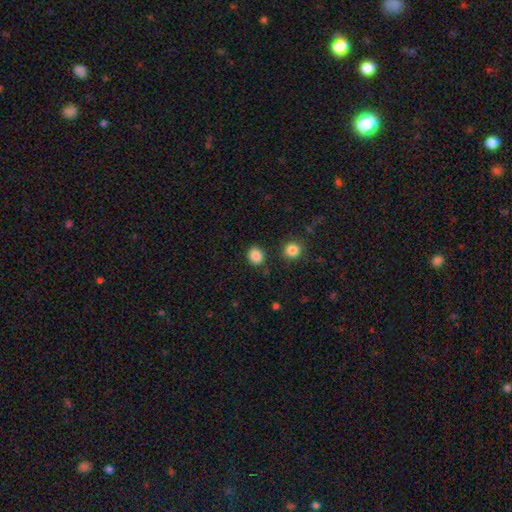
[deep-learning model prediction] This is clearly a smooth galaxy (86%). How rounded: likely round (76%). Merging: clearly none (87%).